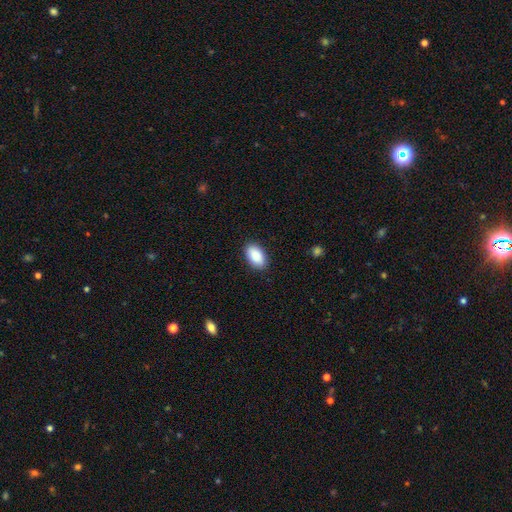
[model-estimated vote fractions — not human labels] Smooth or featured: smooth — 90% (star or artifact — 6%)
How rounded: in between — 94% (round — 4%)
Merging: none — 88% (minor disturbance — 8%)